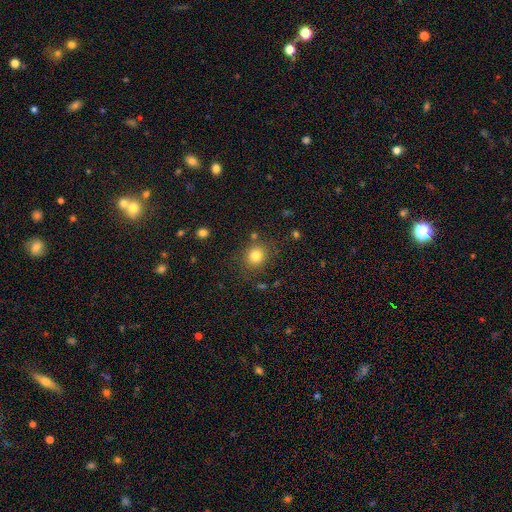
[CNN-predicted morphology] A smooth galaxy with no disk features (81%) that is round (82%). Merging: none (82%).